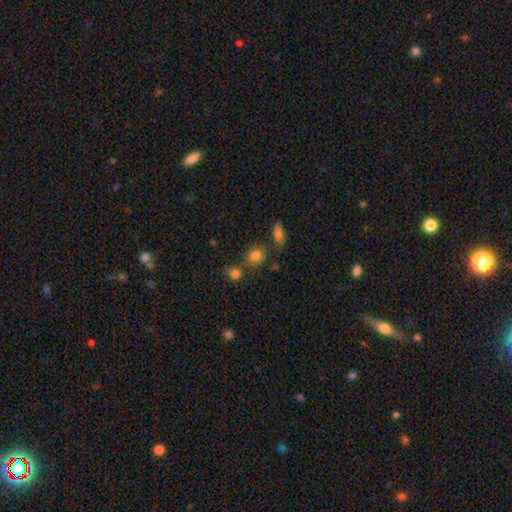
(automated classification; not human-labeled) Smooth or featured: smooth — 80% (star or artifact — 12%)
How rounded: round — 70% (in between — 29%)
Merging: none — 61% (merger — 20%)